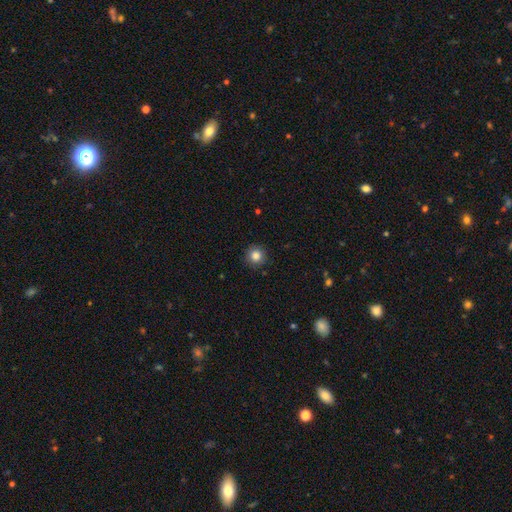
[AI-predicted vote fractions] Morphology: type=smooth (84%); roundness=round (94%); merging=none (91%).